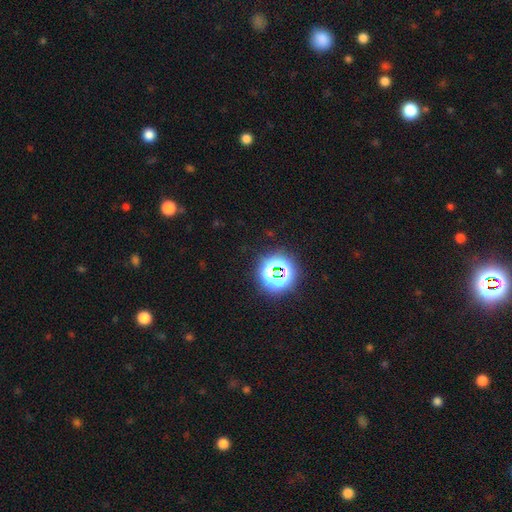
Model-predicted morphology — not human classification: This appears to be a star or artifact, not a galaxy (78%).